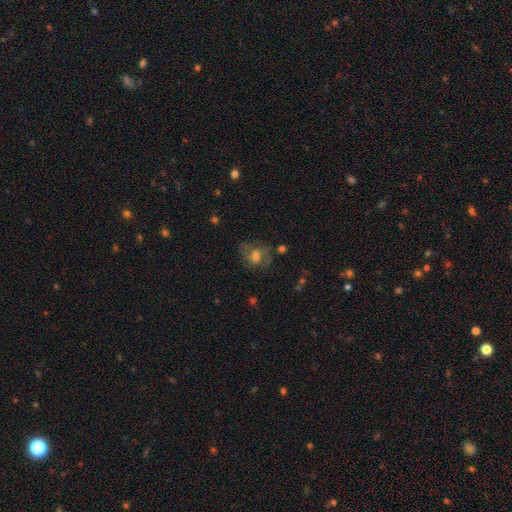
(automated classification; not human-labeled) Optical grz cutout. It shows a featured or disk galaxy (50%). Merging: none (60%).